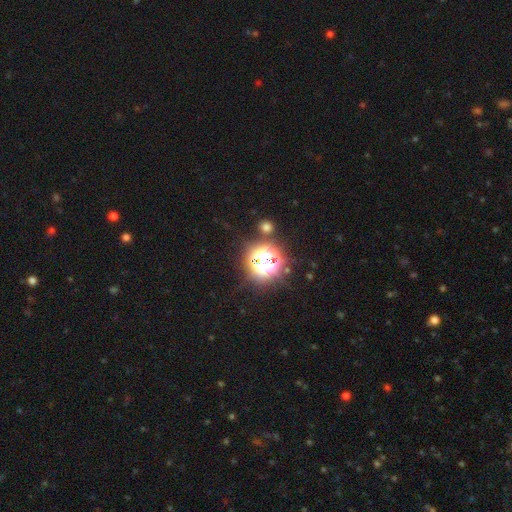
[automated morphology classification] smooth_or_featured: star or artifact (p=0.66) [alt: smooth p=0.23]